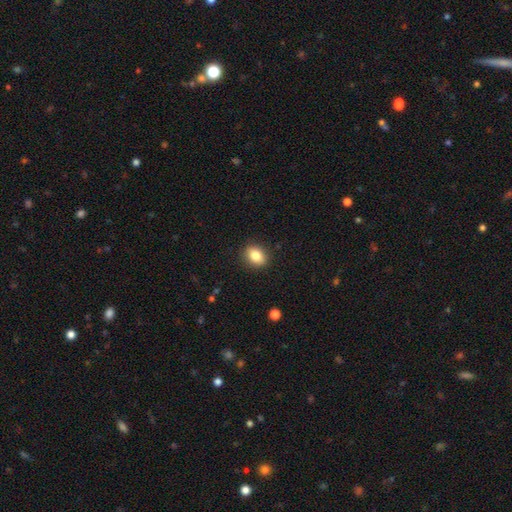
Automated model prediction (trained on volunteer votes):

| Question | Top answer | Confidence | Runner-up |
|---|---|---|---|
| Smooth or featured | smooth | 84% | star or artifact (9%) |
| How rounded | in between | 58% | round (41%) |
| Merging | none | 89% | minor disturbance (8%) |